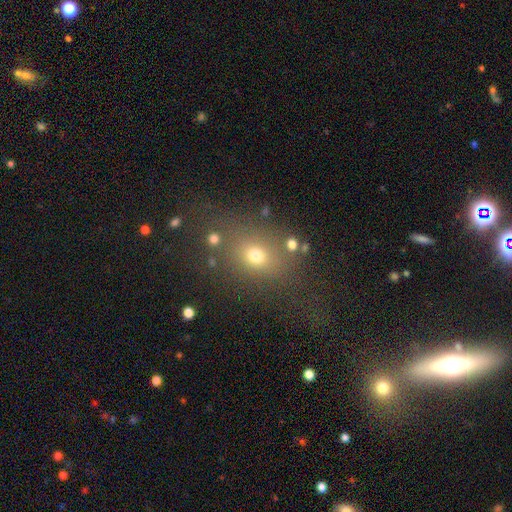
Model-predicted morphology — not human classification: Smooth or featured?
  - smooth: 67% *
  - star or artifact: 20%
  - featured or disk: 13%
How rounded?
  - in between: 51% *
  - round: 47%
  - cigar-shaped: 2%
Merging?
  - none: 69% *
  - minor disturbance: 14%
  - major disturbance: 9%
  - merger: 8%